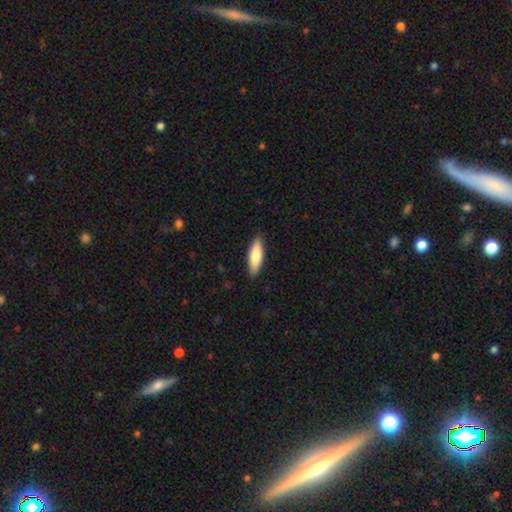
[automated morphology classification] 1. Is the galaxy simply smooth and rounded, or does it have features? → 75% smooth, 19% featured or disk, 5% star or artifact.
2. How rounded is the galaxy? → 51% cigar-shaped, 48% in between, 2% round.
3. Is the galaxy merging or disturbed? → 89% none, 8% minor disturbance, 2% major disturbance, 1% merger.